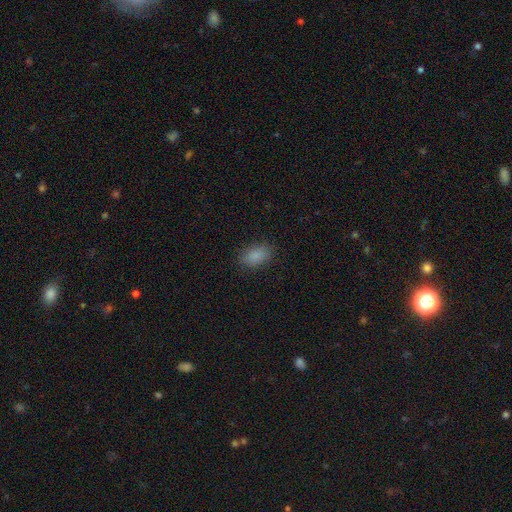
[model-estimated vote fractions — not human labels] Smooth or featured?
  - smooth: 87% *
  - star or artifact: 9%
  - featured or disk: 4%
How rounded?
  - in between: 91% *
  - round: 6%
  - cigar-shaped: 2%
Merging?
  - none: 87% *
  - minor disturbance: 10%
  - major disturbance: 3%
  - merger: 1%